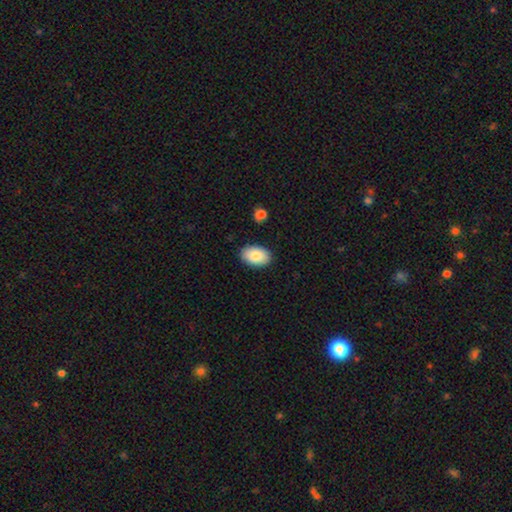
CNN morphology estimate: This appears to be a smooth galaxy with no disk features (86%) that is in between round and cigar-shaped (92%). Merging: none (88%).